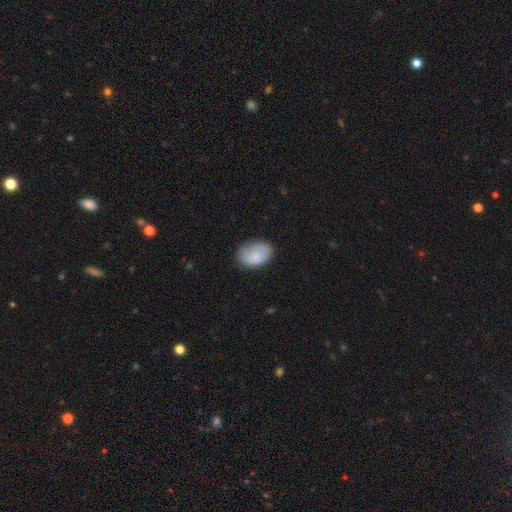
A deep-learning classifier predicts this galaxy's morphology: smooth_or_featured: smooth (p=0.77) [alt: featured or disk p=0.16]
how_rounded: in between (p=0.82) [alt: round p=0.17]
merging: none (p=0.72) [alt: minor disturbance p=0.21]